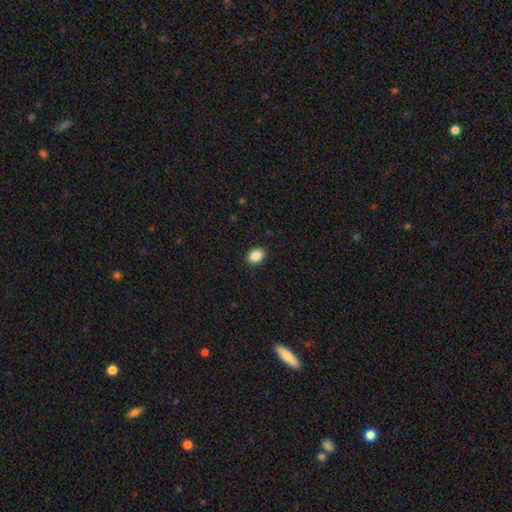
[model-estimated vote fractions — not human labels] Morphology: type=smooth (88%); roundness=in between (57%); merging=none (90%).